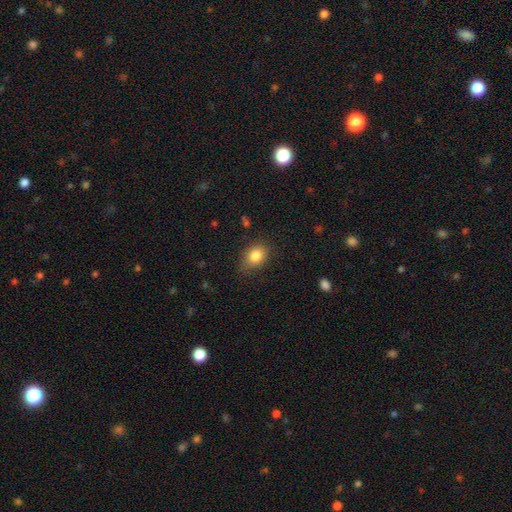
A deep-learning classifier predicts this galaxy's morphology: smooth 83%, star or artifact 9%, featured or disk 8%. Down the decision tree: how rounded — in between (64%); merging — none (73%).